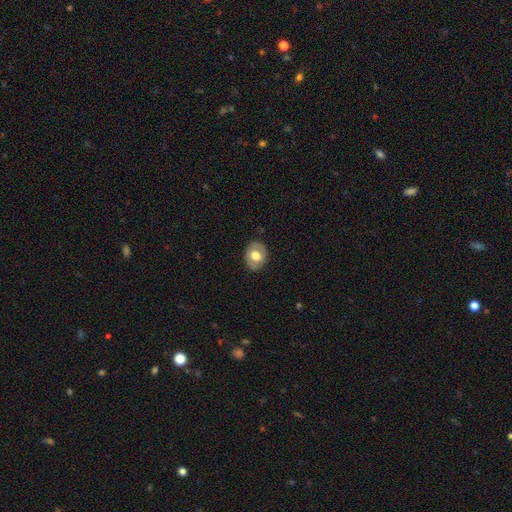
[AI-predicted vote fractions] Q: Smooth or featured?
A: smooth (57%); runner-up: featured or disk (36%)
Q: How rounded?
A: round (50%); runner-up: in between (49%)
Q: Merging?
A: none (83%); runner-up: minor disturbance (13%)